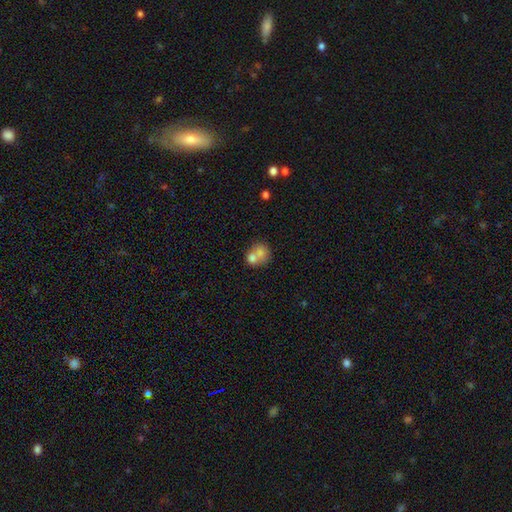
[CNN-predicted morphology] smooth_or_featured: smooth (p=0.72) [alt: featured or disk p=0.19]
how_rounded: round (p=0.73) [alt: in between p=0.26]
merging: merger (p=0.61) [alt: none p=0.28]